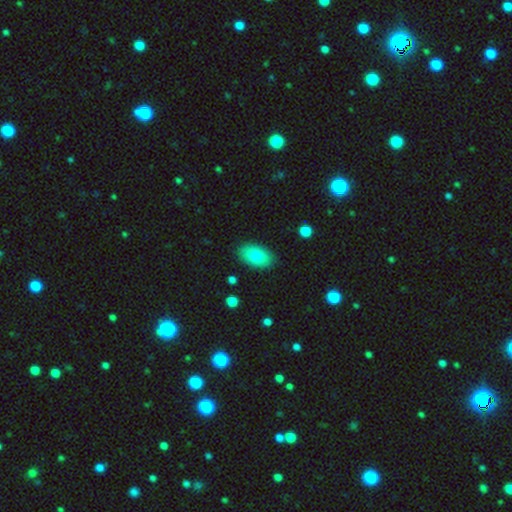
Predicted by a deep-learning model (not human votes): This is likely a smooth galaxy (77%). How rounded: clearly in between (92%). Merging: clearly none (88%).